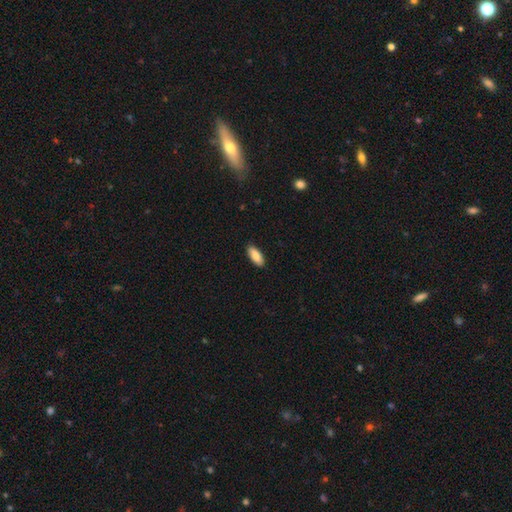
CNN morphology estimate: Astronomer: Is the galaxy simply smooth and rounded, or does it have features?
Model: smooth — 86%.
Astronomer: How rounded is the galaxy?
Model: in between — 81%.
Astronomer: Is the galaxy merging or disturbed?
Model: none — 89%.